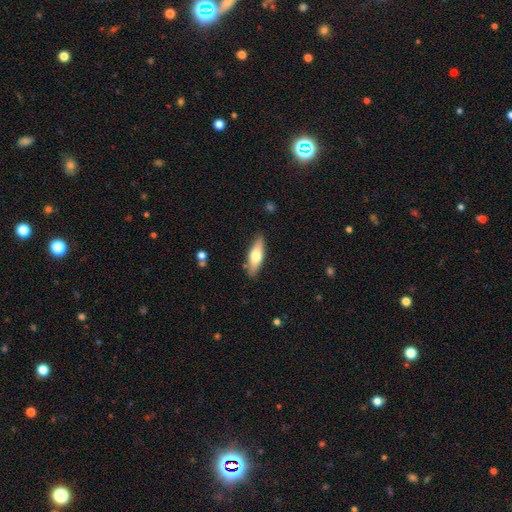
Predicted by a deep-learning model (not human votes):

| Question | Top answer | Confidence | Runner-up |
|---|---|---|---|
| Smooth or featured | smooth | 61% | featured or disk (33%) |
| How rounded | in between | 52% | cigar-shaped (46%) |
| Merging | none | 85% | minor disturbance (11%) |